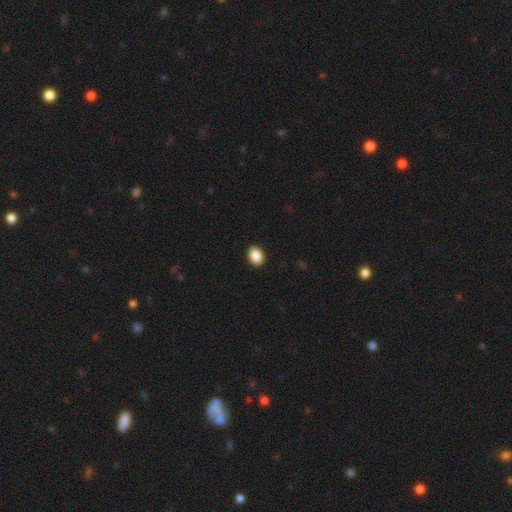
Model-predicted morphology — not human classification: smooth_or_featured: smooth (p=0.89) [alt: star or artifact p=0.08]
how_rounded: in between (p=0.67) [alt: round p=0.32]
merging: none (p=0.91) [alt: minor disturbance p=0.06]